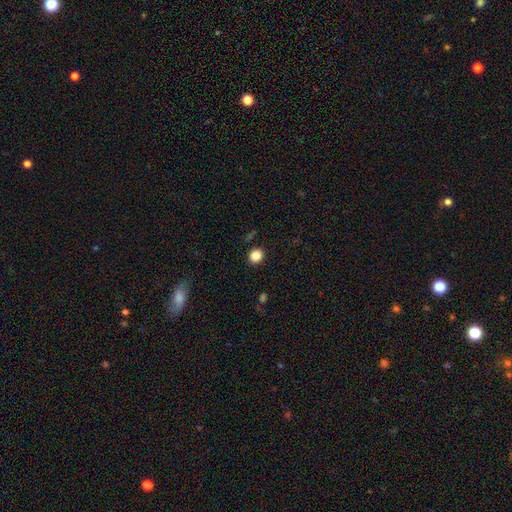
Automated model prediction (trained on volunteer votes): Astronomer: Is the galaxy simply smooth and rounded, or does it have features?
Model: smooth — 85%.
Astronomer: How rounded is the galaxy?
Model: round — 74%.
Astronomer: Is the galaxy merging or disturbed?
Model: none — 90%.